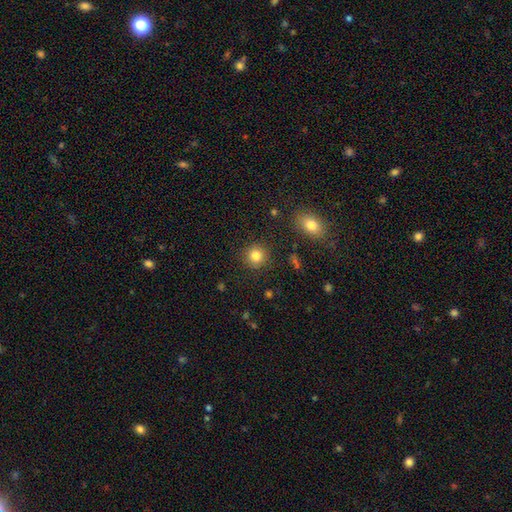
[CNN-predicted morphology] This appears to be a smooth galaxy with no disk features (83%) that is round (91%). Merging: none (89%).